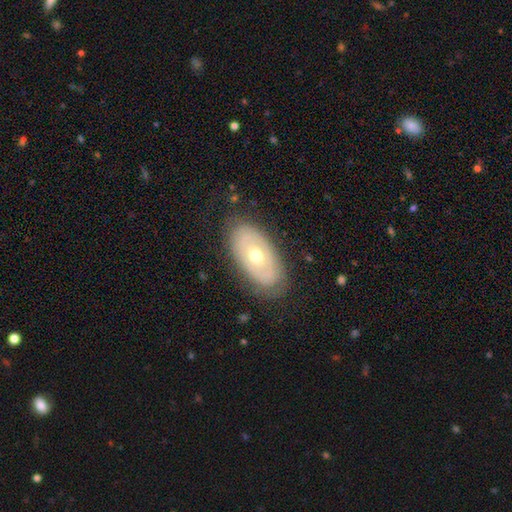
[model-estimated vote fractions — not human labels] A featured or disk galaxy (61%) with no bar (82%), no spiral arms (71%) and a moderate central bulge (66%).

Vote fractions:
- Smooth or featured? featured or disk: 61% / smooth: 33% / star or artifact: 6%
- Edge-on disk? no: 89% / yes: 11%
- Bar? no: 82% / weak: 14% / strong: 5%
- Spiral arms? no: 71% / yes: 29%
- Bulge size? moderate: 66% / small: 29% / large: 4% / dominant: 1% / none: 1%
- Merging? none: 81% / minor disturbance: 13% / major disturbance: 4% / merger: 1%